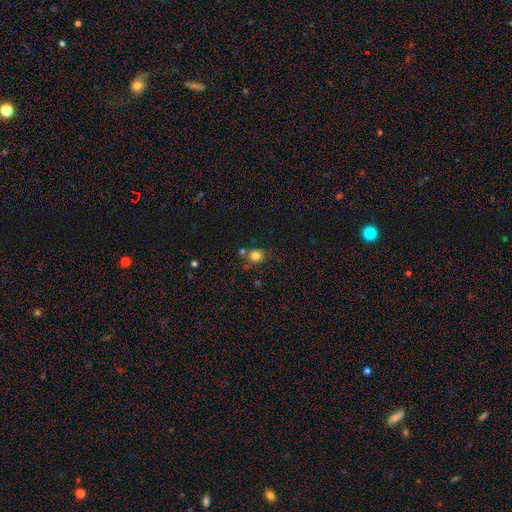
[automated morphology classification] The model was most divided on "how rounded": round: 74%, in between: 25%, cigar-shaped: 1%. More confident: smooth or featured — smooth (80%); merging — none (69%).